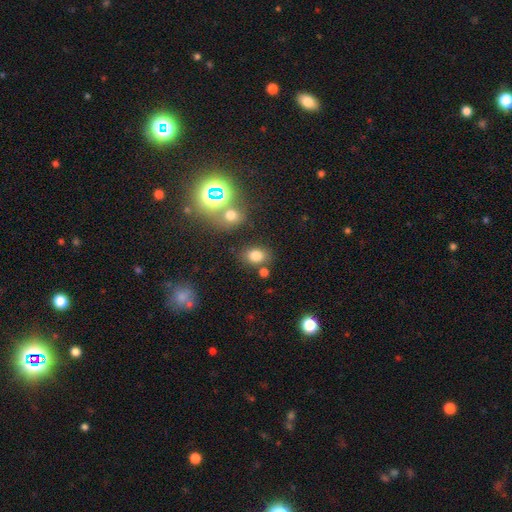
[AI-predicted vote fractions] The model was most divided on "how rounded": in between: 68%, round: 31%, cigar-shaped: 1%. More confident: smooth or featured — smooth (77%); merging — none (74%).